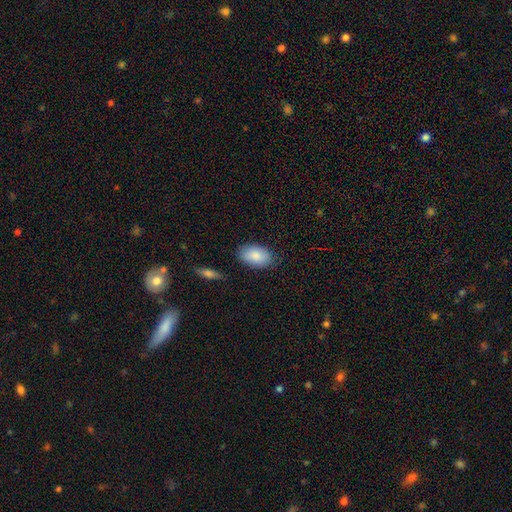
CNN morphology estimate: Smooth or featured: smooth — 86% (featured or disk — 8%)
How rounded: in between — 93% (round — 6%)
Merging: none — 82% (minor disturbance — 13%)